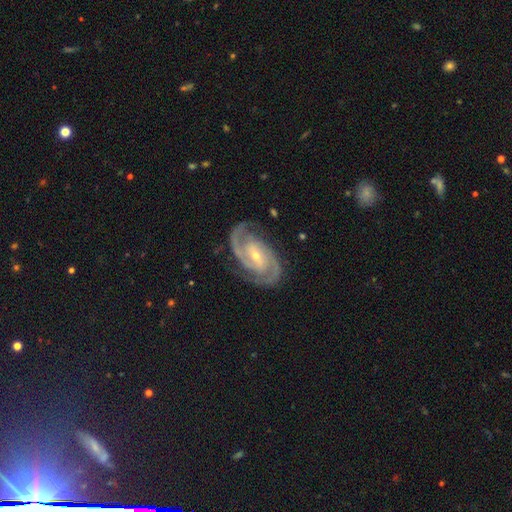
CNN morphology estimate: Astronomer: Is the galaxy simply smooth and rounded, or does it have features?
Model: featured or disk — 93%.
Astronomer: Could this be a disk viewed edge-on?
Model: no — 97%.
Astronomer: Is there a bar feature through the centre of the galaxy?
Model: weak — 42% (runner-up: no, 29%).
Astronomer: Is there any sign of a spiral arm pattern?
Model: yes — 99%.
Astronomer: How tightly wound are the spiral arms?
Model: tight — 50% (runner-up: medium, 45%).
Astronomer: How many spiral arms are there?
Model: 2 — 84%.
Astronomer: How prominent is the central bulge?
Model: small — 66%.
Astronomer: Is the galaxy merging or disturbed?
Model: none — 81%.